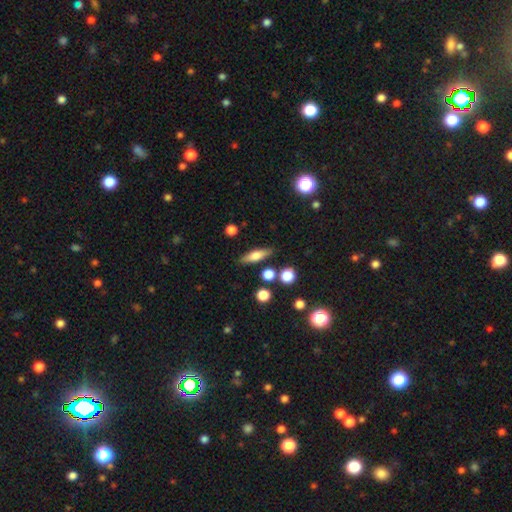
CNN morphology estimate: smooth-or-featured: smooth: 63% | featured or disk: 29% | star or artifact: 8%
  how-rounded: cigar-shaped: 57% | in between: 38% | round: 5%
  merging: none: 83% | minor disturbance: 10% | merger: 4% | major disturbance: 3%